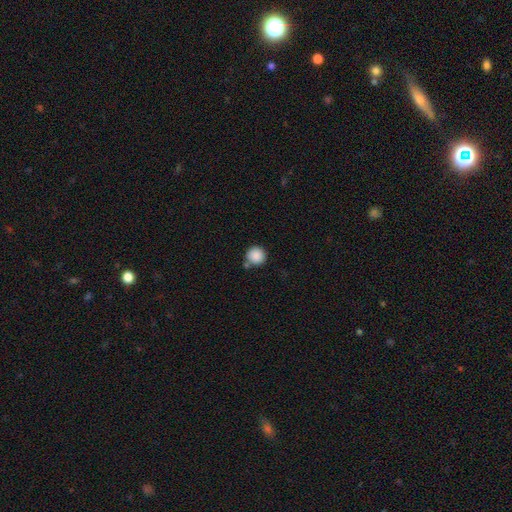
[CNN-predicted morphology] The model was most divided on "merging": none: 76%, merger: 10%, minor disturbance: 10%, major disturbance: 3%. More confident: how rounded — round (95%); smooth or featured — smooth (88%).